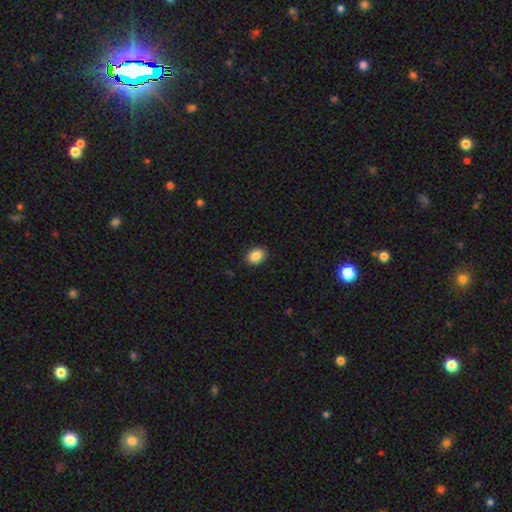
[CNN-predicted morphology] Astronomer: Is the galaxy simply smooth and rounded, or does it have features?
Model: smooth — 87%.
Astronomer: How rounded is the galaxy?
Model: in between — 66%.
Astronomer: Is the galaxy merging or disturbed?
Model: none — 90%.